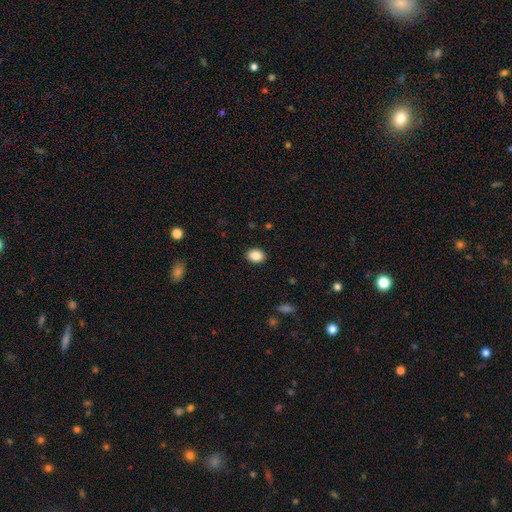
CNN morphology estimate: Q: Smooth or featured?
A: smooth (87%); runner-up: star or artifact (8%)
Q: How rounded?
A: in between (64%); runner-up: round (35%)
Q: Merging?
A: none (90%); runner-up: minor disturbance (7%)